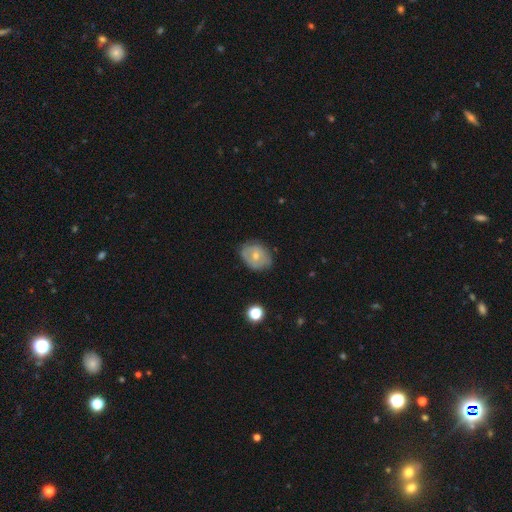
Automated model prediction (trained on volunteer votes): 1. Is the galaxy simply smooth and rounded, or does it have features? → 52% smooth, 40% featured or disk, 8% star or artifact.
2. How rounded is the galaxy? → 54% in between, 45% round, 1% cigar-shaped.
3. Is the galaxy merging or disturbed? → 71% none, 22% minor disturbance, 5% major disturbance, 1% merger.